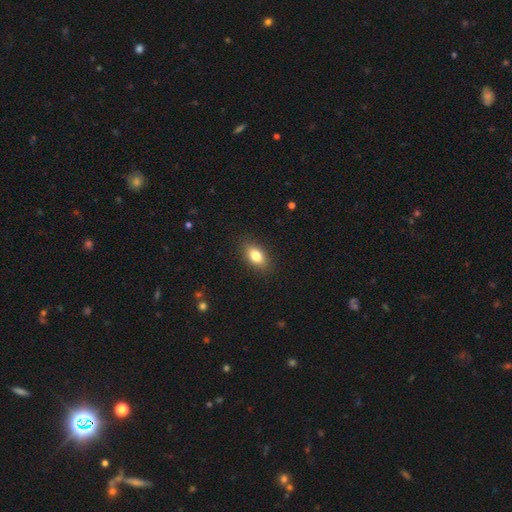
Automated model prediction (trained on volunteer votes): Overall: smooth (82%). How rounded: in between (87%). Merging: none (87%).